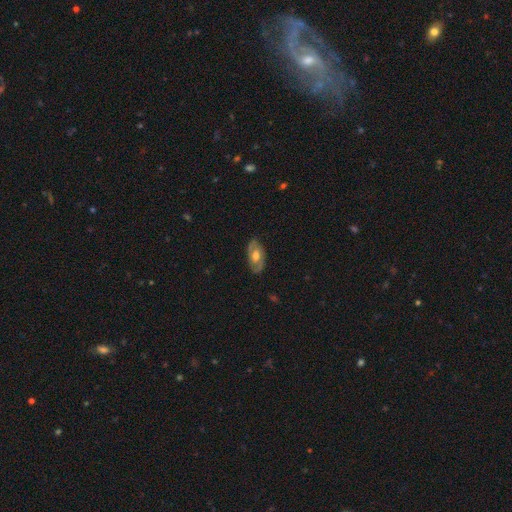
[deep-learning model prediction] A featured or disk galaxy (63%) with no bar (60%), spiral arms (69%) and a moderate central bulge (71%). Merging: none (81%).